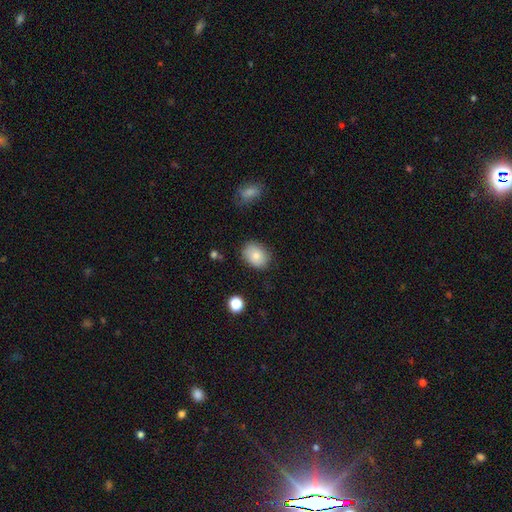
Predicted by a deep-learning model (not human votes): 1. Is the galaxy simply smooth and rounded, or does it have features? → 79% smooth, 12% featured or disk, 9% star or artifact.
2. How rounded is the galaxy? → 58% in between, 41% round, 1% cigar-shaped.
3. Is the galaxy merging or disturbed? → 79% none, 16% minor disturbance, 4% major disturbance, 2% merger.